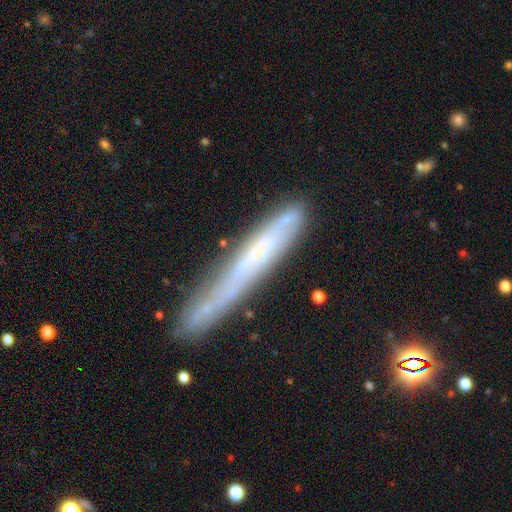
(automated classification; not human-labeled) featured or disk 50%, smooth 41%, star or artifact 10%. Down the decision tree: merging — none (70%).